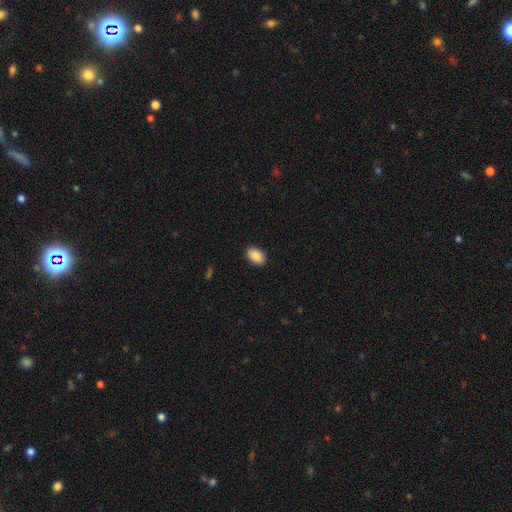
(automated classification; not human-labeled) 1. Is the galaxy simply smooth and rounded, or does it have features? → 90% smooth, 7% star or artifact, 3% featured or disk.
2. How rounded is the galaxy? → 92% in between, 7% round, 1% cigar-shaped.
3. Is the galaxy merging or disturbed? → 90% none, 7% minor disturbance, 2% major disturbance, 1% merger.